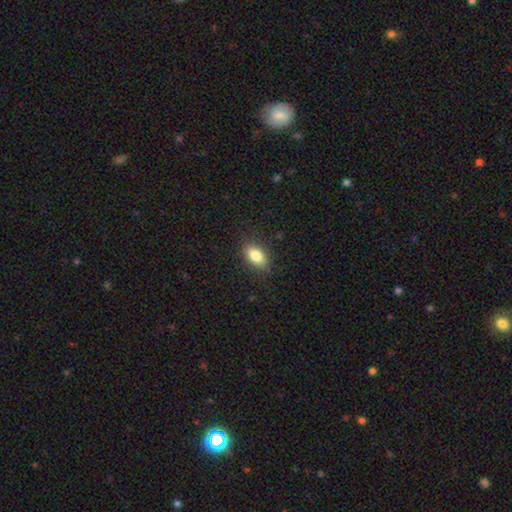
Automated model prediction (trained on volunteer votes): Morphology: type=smooth (85%); roundness=in between (89%); merging=none (86%).